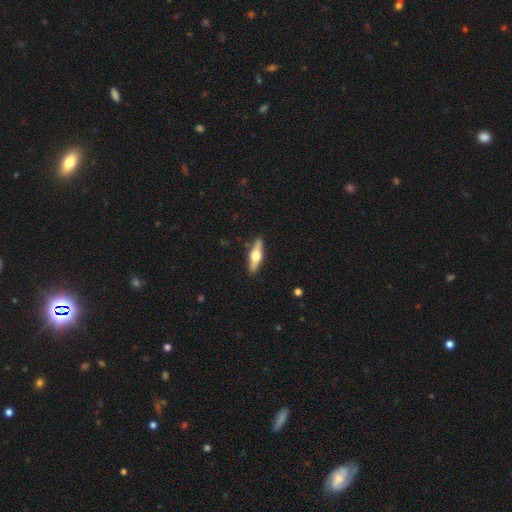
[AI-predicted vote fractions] Morphology: type=featured or disk (61%); edge-on=yes (94%); edge-on bulge=rounded (96%); merging=none (89%).